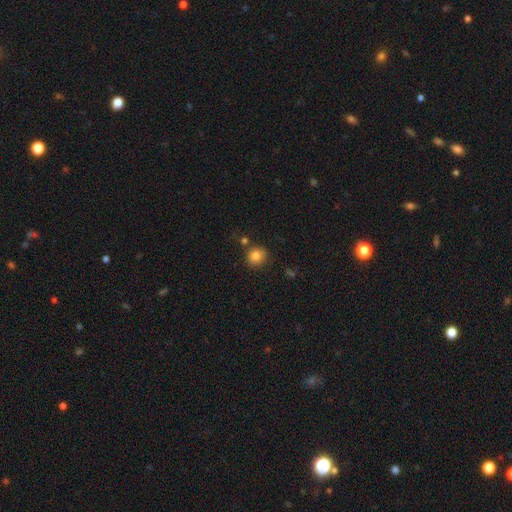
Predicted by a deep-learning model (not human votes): Morphology: type=smooth (83%); roundness=round (80%); merging=none (78%).